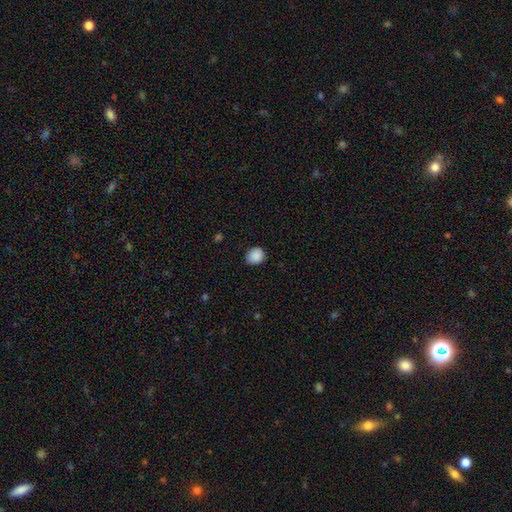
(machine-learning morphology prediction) Smooth or featured? Predicted: smooth (p=0.89). How rounded? Predicted: round (p=0.69). Merging? Predicted: none (p=0.83).